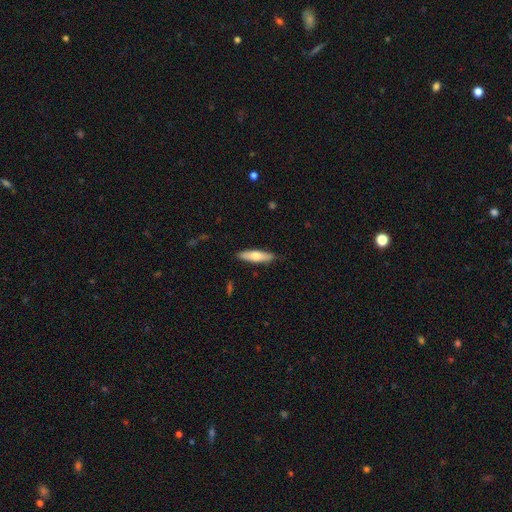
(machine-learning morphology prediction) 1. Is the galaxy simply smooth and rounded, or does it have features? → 62% smooth, 32% featured or disk, 5% star or artifact.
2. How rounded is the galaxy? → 66% cigar-shaped, 32% in between, 2% round.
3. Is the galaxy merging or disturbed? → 88% none, 9% minor disturbance, 2% major disturbance, 1% merger.